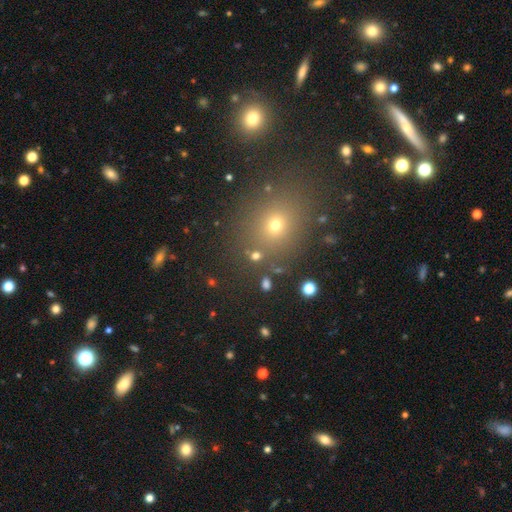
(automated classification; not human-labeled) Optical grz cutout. It shows a smooth galaxy with no disk features (66%) that is round (74%). Merging: none (79%).